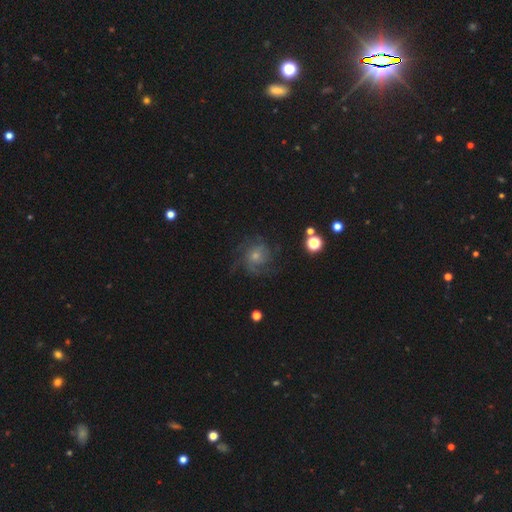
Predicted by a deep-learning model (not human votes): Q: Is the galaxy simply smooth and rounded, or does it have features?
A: featured or disk — 62%.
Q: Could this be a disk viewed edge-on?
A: no — 98%.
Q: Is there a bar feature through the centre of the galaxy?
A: no — 80%.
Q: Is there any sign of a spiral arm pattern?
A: yes — 85%.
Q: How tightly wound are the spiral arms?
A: medium — 41%.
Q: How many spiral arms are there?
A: can't tell — 38%.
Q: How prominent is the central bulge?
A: small — 50%.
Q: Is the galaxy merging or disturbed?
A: none — 63%.